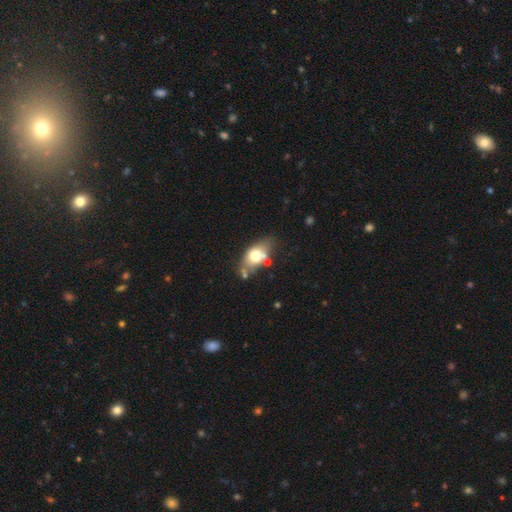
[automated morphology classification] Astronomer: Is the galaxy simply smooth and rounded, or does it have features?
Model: smooth — 66%.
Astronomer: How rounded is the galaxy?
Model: in between — 83%.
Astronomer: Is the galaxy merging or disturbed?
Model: none — 55%.